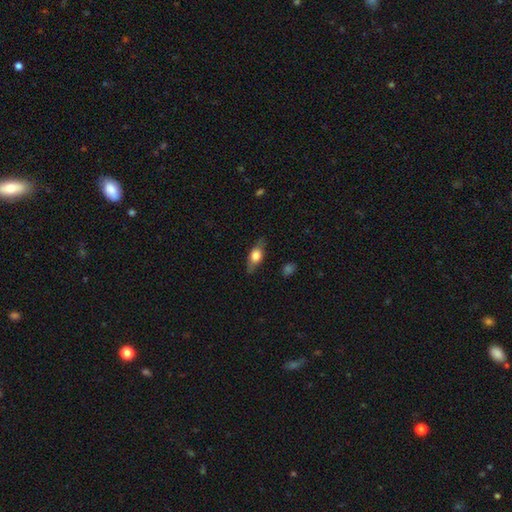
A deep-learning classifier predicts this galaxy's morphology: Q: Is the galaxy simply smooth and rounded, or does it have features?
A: smooth — 57%.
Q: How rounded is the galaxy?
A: in between — 71%.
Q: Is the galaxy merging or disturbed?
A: none — 80%.